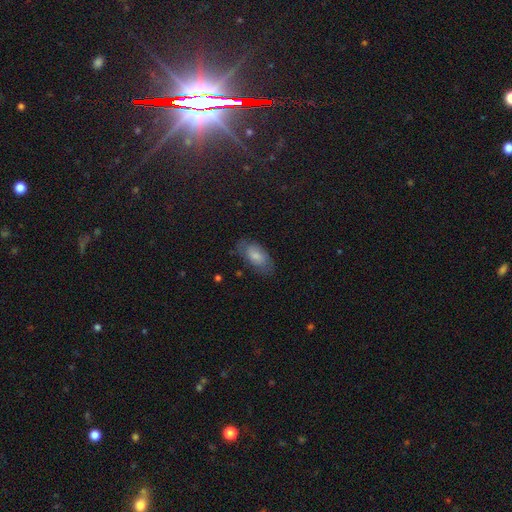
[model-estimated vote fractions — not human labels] Smooth or featured? smooth (75%)
How rounded? in between (91%)
Merging? none (70%)